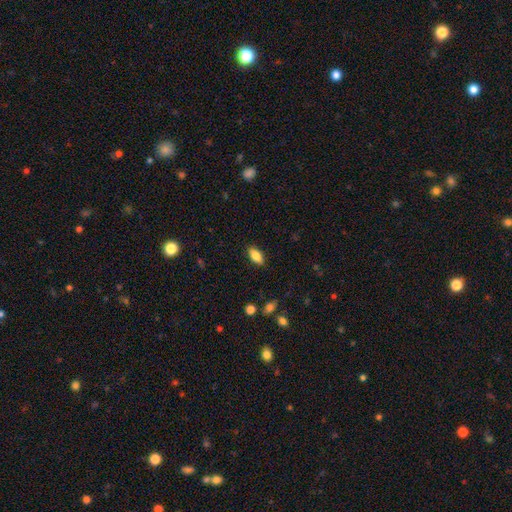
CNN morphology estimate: Smooth or featured? smooth (81%)
How rounded? in between (88%)
Merging? none (88%)